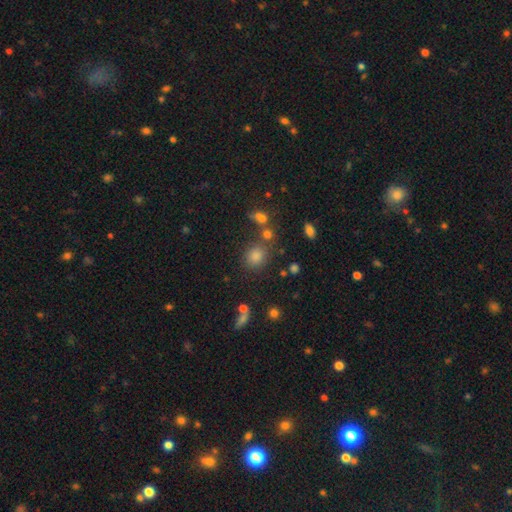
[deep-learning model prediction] This is likely a smooth galaxy (71%). How rounded: likely round (71%). Merging: likely none (72%).